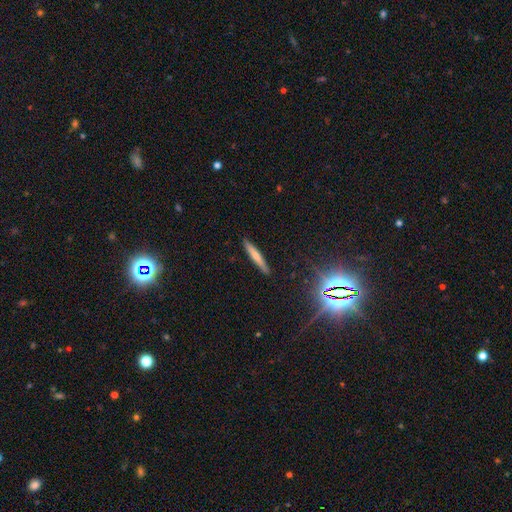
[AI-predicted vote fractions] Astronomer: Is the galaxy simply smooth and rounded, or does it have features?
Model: smooth — 64%.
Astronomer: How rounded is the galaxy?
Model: cigar-shaped — 94%.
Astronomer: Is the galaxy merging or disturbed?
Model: none — 89%.